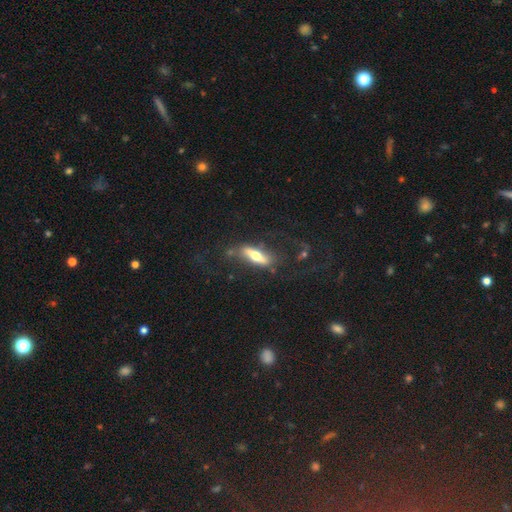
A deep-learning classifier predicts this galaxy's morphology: Overall: featured or disk (54%; smooth 40%). Edge-on disk: yes (72%). Merging: none (56%; minor disturbance 20%).